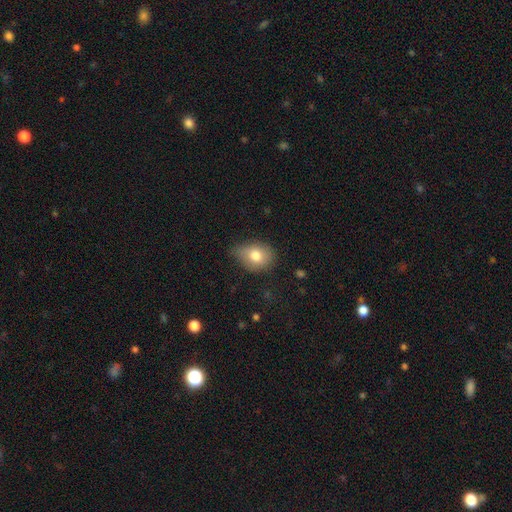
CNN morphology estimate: Smooth or featured? Predicted: smooth (p=0.78). How rounded? Predicted: in between (p=0.63). Merging? Predicted: none (p=0.54).